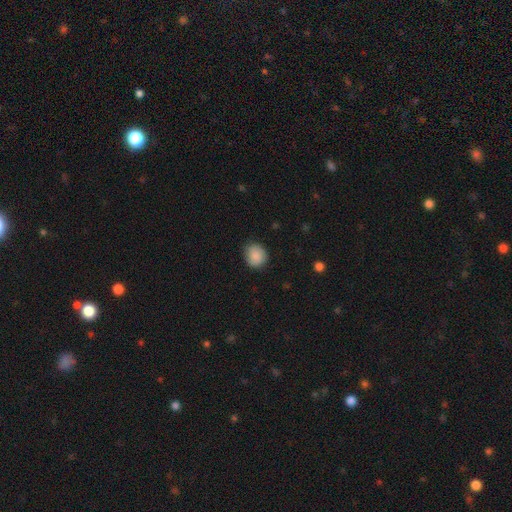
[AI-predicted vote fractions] A smooth galaxy with no disk features (85%) that is round (81%). Merging: none (85%).